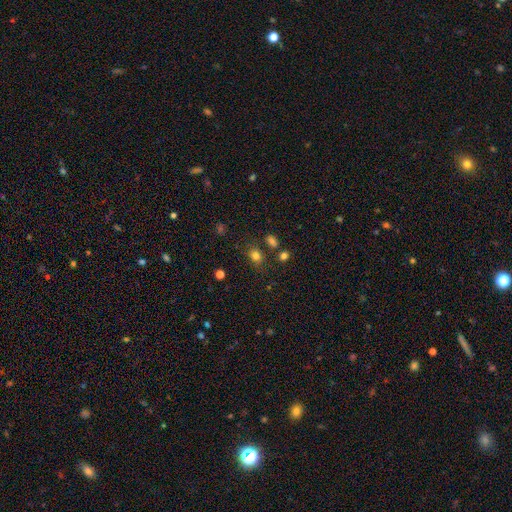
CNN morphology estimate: Q: Smooth or featured?
A: smooth (78%); runner-up: star or artifact (15%)
Q: How rounded?
A: in between (53%); runner-up: round (45%)
Q: Merging?
A: none (74%); runner-up: minor disturbance (13%)